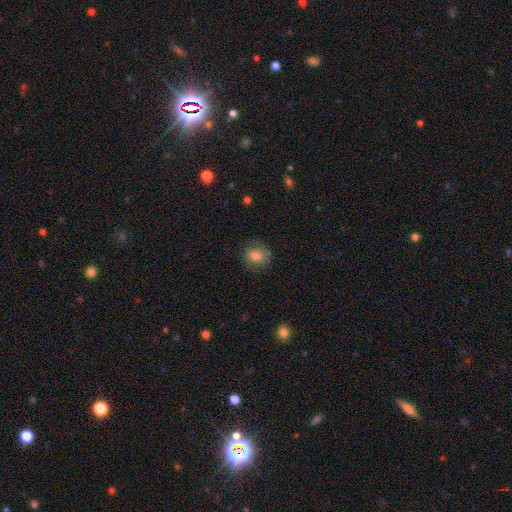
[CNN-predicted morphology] Smooth or featured? Predicted: smooth (p=0.75). How rounded? Predicted: round (p=0.61). Merging? Predicted: none (p=0.75).